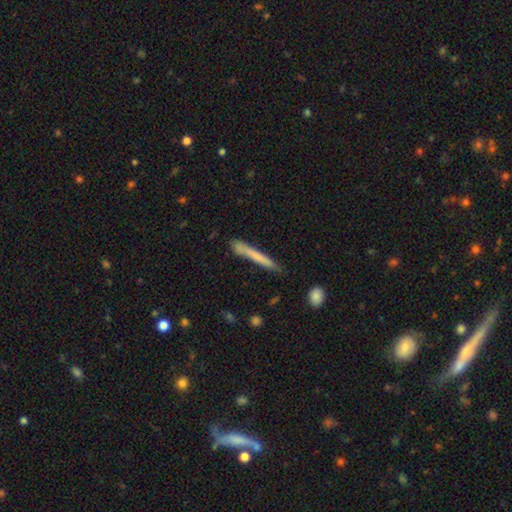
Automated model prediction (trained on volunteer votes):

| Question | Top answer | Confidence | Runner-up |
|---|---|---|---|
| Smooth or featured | smooth | 68% | featured or disk (26%) |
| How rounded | cigar-shaped | 96% | in between (2%) |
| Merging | none | 77% | minor disturbance (17%) |